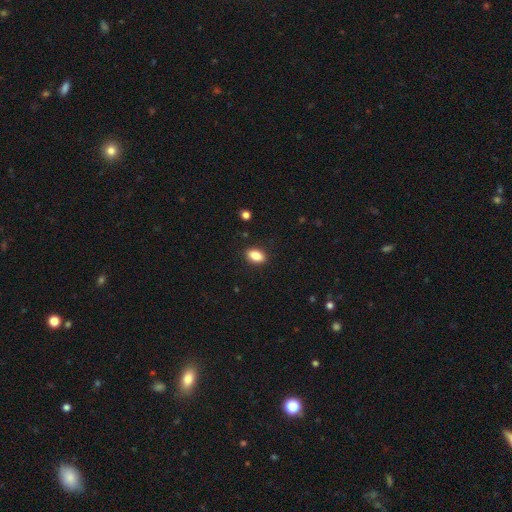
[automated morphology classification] Smooth or featured? smooth (85%)
How rounded? in between (88%)
Merging? none (89%)